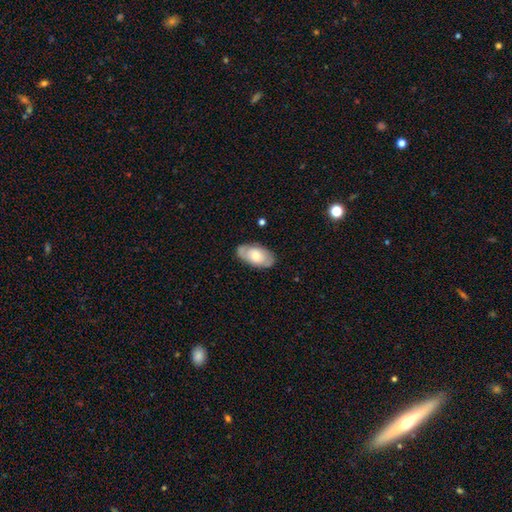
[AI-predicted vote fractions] Morphology: type=smooth (52%); roundness=in between (93%); merging=none (79%).